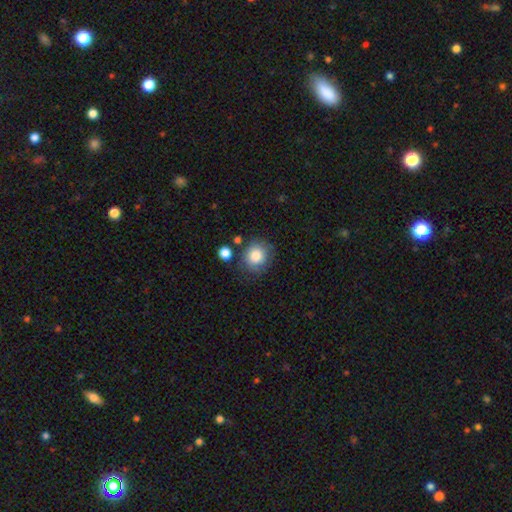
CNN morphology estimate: smooth-or-featured: smooth: 82% | star or artifact: 9% | featured or disk: 8%
  how-rounded: round: 85% | in between: 14% | cigar-shaped: 1%
  merging: none: 74% | minor disturbance: 15% | merger: 7% | major disturbance: 5%